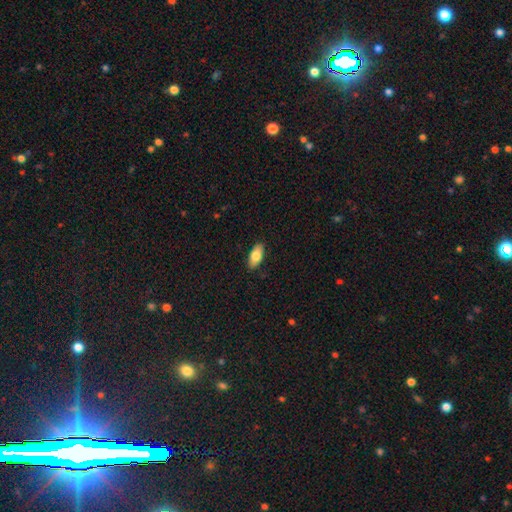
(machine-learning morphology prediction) Smooth or featured? Predicted: smooth (p=0.80). How rounded? Predicted: in between (p=0.87). Merging? Predicted: none (p=0.88).